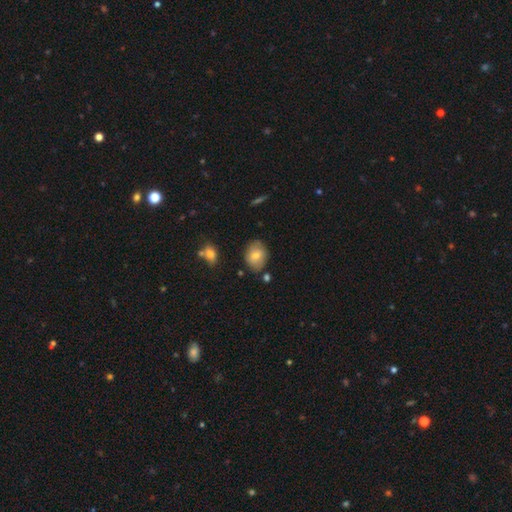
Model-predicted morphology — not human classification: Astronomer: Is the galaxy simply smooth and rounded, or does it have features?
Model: smooth — 72%.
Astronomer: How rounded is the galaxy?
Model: in between — 62%.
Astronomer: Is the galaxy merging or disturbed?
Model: none — 74%.